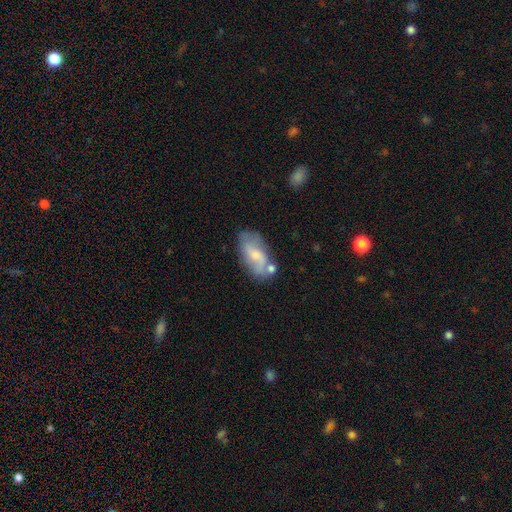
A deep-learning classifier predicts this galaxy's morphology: Overall: featured or disk (51%; smooth 42%). Edge-on disk: no (93%). Merging: none (55%; minor disturbance 22%).